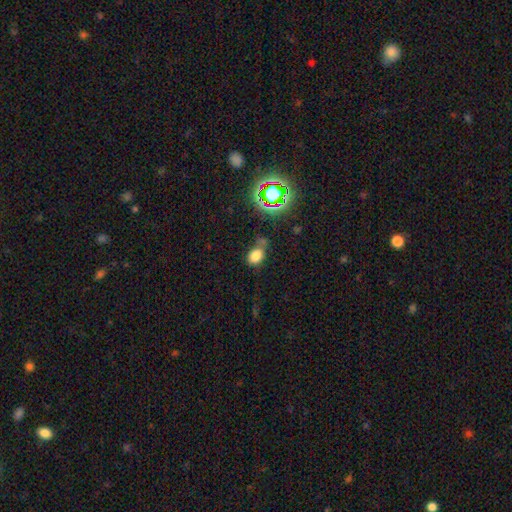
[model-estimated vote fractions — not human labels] A smooth galaxy with no disk features (75%) that is in between round and cigar-shaped (75%).

Vote fractions:
- Smooth or featured? smooth: 75% / star or artifact: 17% / featured or disk: 8%
- How rounded? in between: 75% / round: 24% / cigar-shaped: 1%
- Merging? none: 56% / minor disturbance: 21% / merger: 15% / major disturbance: 9%